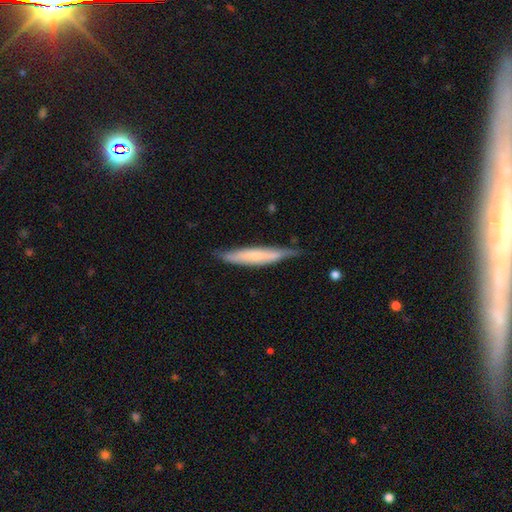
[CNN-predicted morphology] smooth-or-featured: smooth: 56% | featured or disk: 38% | star or artifact: 6%
  how-rounded: cigar-shaped: 92% | in between: 7% | round: 1%
  merging: none: 73% | minor disturbance: 22% | major disturbance: 4% | merger: 2%